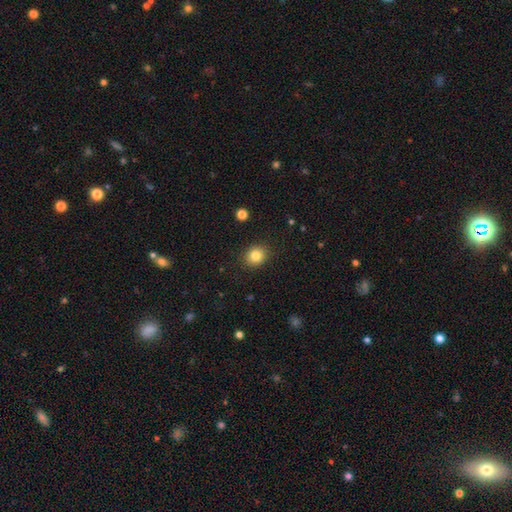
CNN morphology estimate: Smooth or featured?
  - smooth: 82% *
  - star or artifact: 11%
  - featured or disk: 7%
How rounded?
  - round: 74% *
  - in between: 25%
  - cigar-shaped: 1%
Merging?
  - none: 89% *
  - minor disturbance: 8%
  - major disturbance: 2%
  - merger: 1%